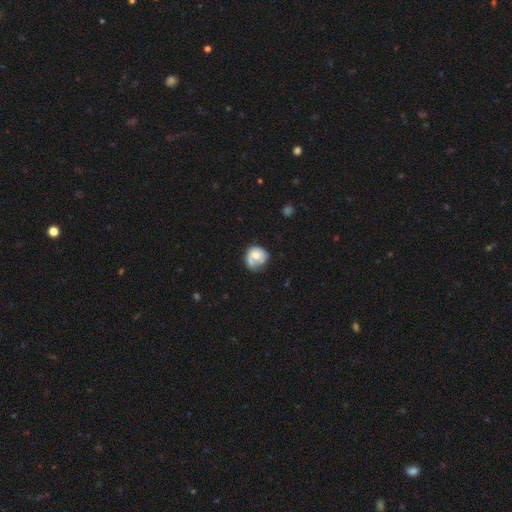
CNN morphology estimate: smooth 59%, featured or disk 34%, star or artifact 7%. Down the decision tree: how rounded — round (73%); merging — none (40%).